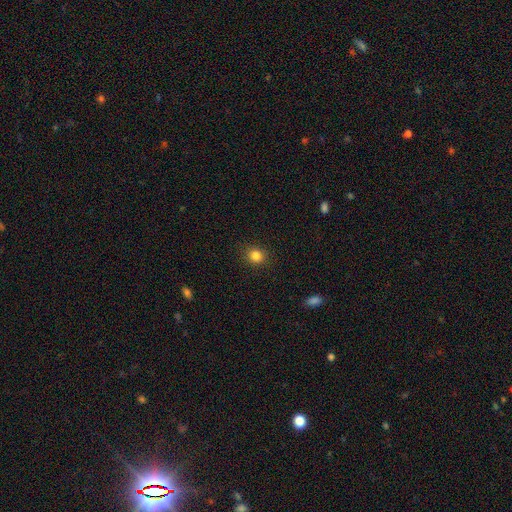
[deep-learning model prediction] smooth_or_featured: smooth (p=0.84) [alt: star or artifact p=0.12]
how_rounded: round (p=0.83) [alt: in between p=0.16]
merging: none (p=0.90) [alt: minor disturbance p=0.07]